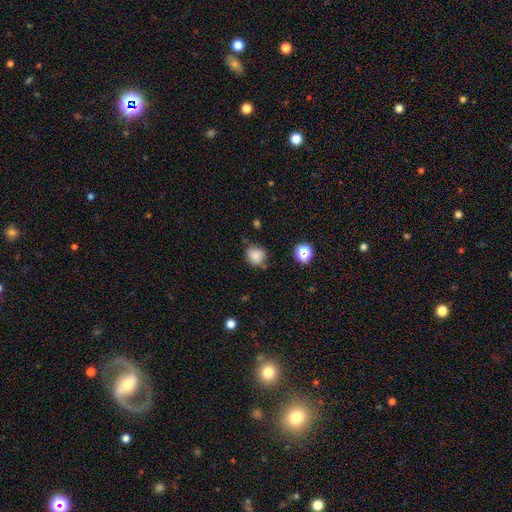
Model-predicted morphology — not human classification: Smooth or featured? Predicted: smooth (p=0.84). How rounded? Predicted: round (p=0.79). Merging? Predicted: none (p=0.73).